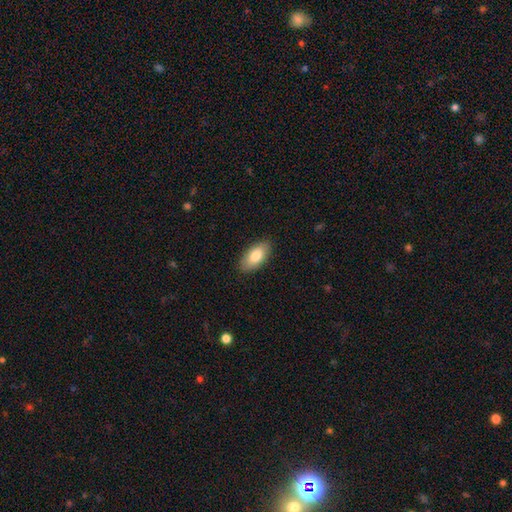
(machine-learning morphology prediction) Overall: smooth (81%). How rounded: in between (92%). Merging: none (88%).